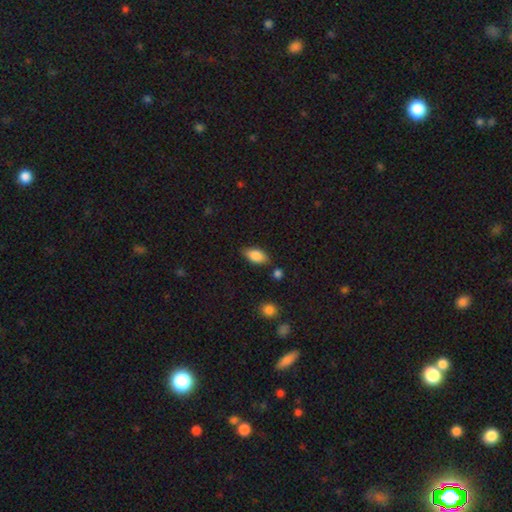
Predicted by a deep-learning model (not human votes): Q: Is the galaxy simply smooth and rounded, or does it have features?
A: smooth — 85%.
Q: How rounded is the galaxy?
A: in between — 91%.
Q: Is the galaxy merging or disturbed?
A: none — 77%.